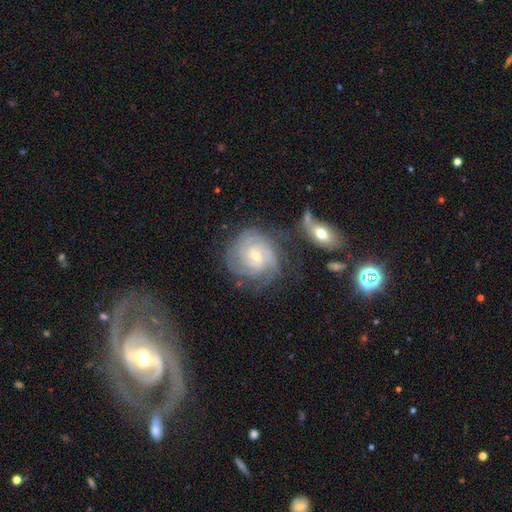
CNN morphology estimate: The model was most divided on "spiral arm count": can't tell: 29%, 4: 23%, 3: 23%, 2: 13%, more than 4: 6%, 1: 5%. Remaining: edge-on disk — no (97%); spiral arms — yes (96%); smooth or featured — featured or disk (84%); spiral winding — tight (74%); bulge size — small (69%); merging — none (64%); bar — weak (48%).